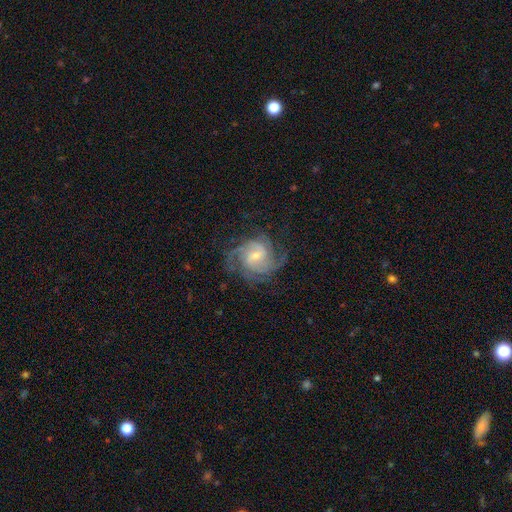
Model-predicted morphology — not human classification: A featured or disk galaxy (86%) with a weak bar (50%), 3 (29%) medium (45%) spiral arms (97%) and a small central bulge (55%). Merging: none (69%).